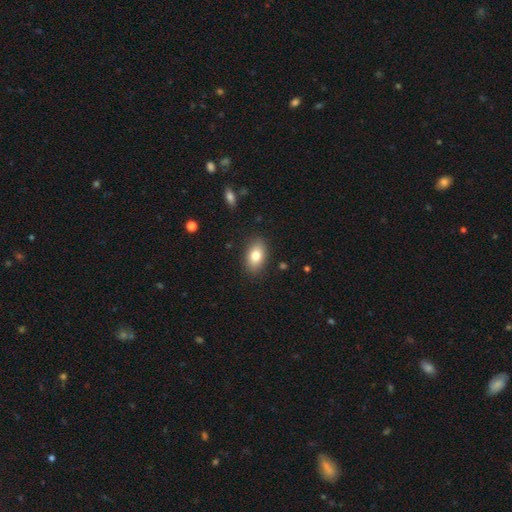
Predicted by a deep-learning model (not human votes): smooth-or-featured: smooth: 79% | featured or disk: 13% | star or artifact: 8%
  how-rounded: in between: 88% | round: 10% | cigar-shaped: 2%
  merging: none: 86% | minor disturbance: 10% | major disturbance: 3% | merger: 1%